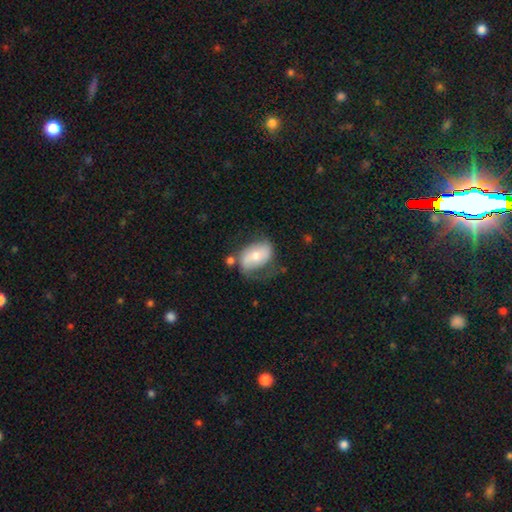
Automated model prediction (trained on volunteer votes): The model was most divided on "smooth or featured": smooth: 49%, featured or disk: 44%, star or artifact: 7%. Remaining: merging — none (46%).